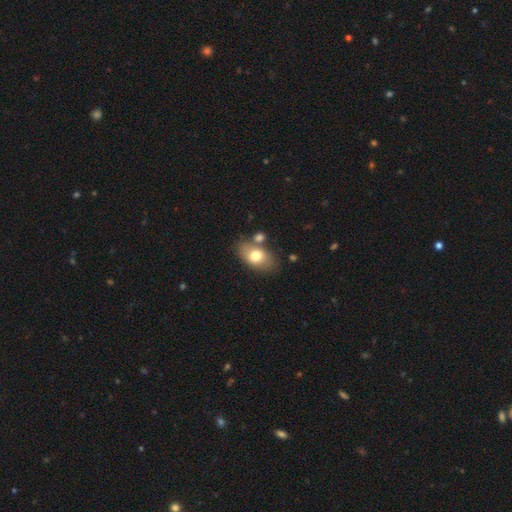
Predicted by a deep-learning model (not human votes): Smooth or featured? smooth (74%)
How rounded? in between (86%)
Merging? none (65%)